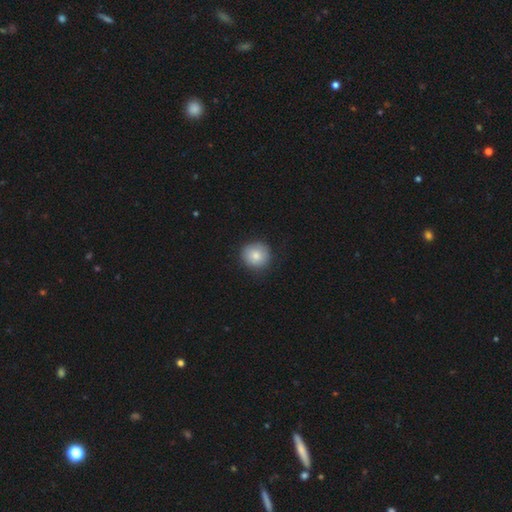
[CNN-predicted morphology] This is clearly a smooth galaxy (82%). How rounded: clearly round (92%). Merging: clearly none (84%).